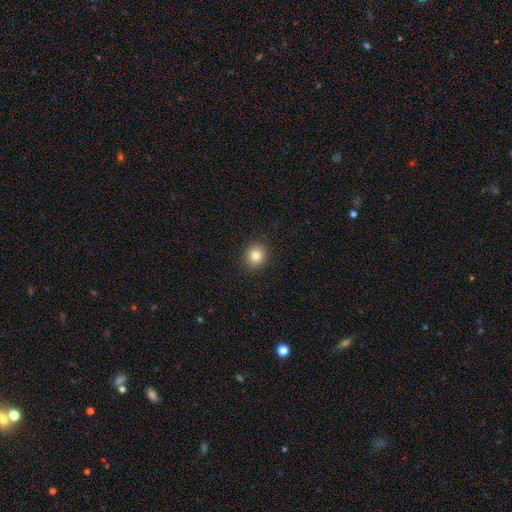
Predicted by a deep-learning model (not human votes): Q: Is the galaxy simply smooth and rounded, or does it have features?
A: smooth — 83%.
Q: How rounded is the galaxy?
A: round — 84%.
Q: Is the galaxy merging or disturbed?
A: none — 91%.